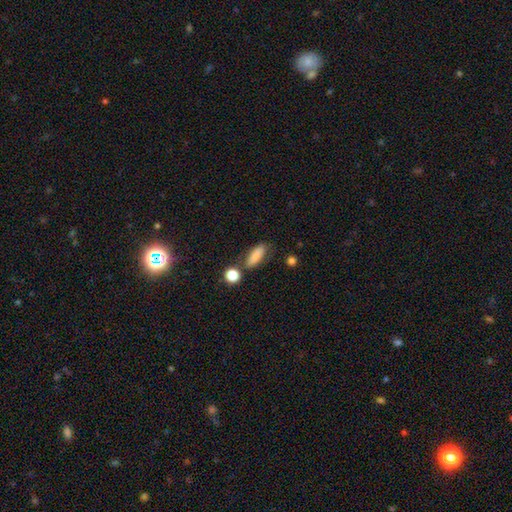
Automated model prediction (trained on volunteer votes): Smooth or featured: smooth — 83% (featured or disk — 9%)
How rounded: in between — 63% (cigar-shaped — 32%)
Merging: none — 68% (minor disturbance — 17%)